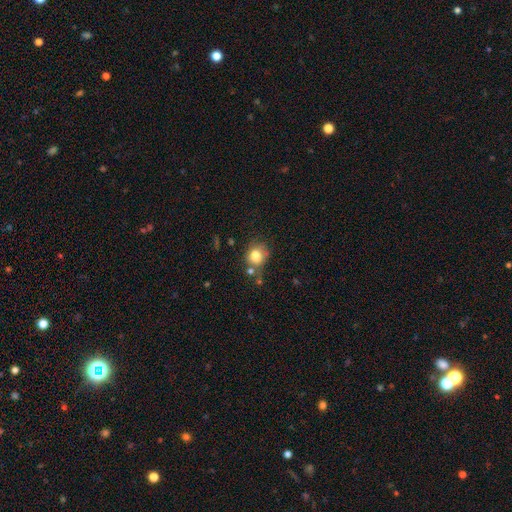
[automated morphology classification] smooth_or_featured: smooth (p=0.80) [alt: star or artifact p=0.11]
how_rounded: round (p=0.73) [alt: in between p=0.26]
merging: none (p=0.60) [alt: minor disturbance p=0.21]